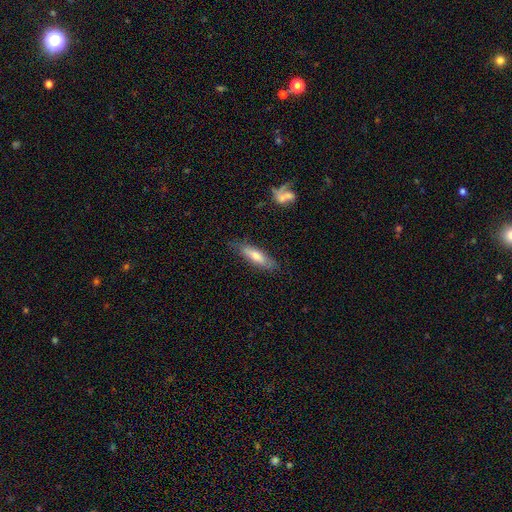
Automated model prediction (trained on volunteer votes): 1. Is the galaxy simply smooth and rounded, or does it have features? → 61% smooth, 31% featured or disk, 8% star or artifact.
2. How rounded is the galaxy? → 64% cigar-shaped, 34% in between, 2% round.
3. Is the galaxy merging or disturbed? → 76% none, 18% minor disturbance, 4% major disturbance, 2% merger.